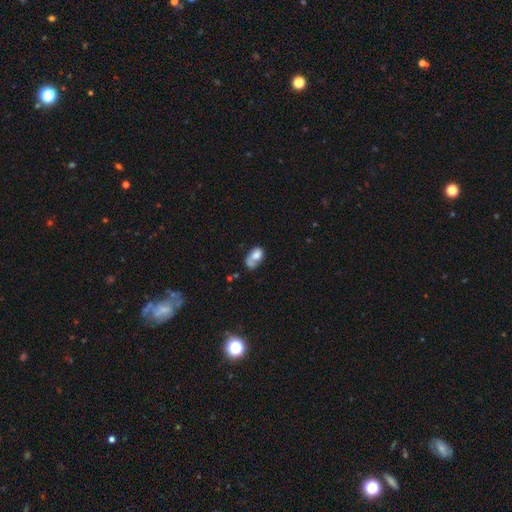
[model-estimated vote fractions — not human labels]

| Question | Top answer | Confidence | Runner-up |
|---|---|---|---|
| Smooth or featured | smooth | 65% | featured or disk (26%) |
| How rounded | in between | 83% | round (15%) |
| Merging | merger | 29% | none (28%) |